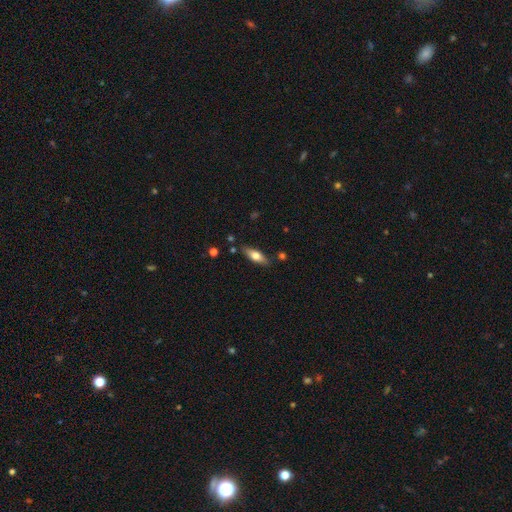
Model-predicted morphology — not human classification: Smooth or featured? Predicted: smooth (p=0.60). How rounded? Predicted: in between (p=0.57). Merging? Predicted: none (p=0.83).